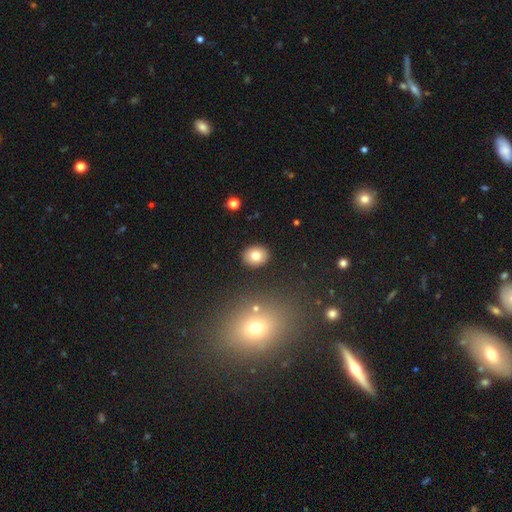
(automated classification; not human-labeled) smooth_or_featured: smooth (p=0.79) [alt: featured or disk p=0.11]
how_rounded: round (p=0.59) [alt: in between p=0.40]
merging: none (p=0.90) [alt: minor disturbance p=0.06]